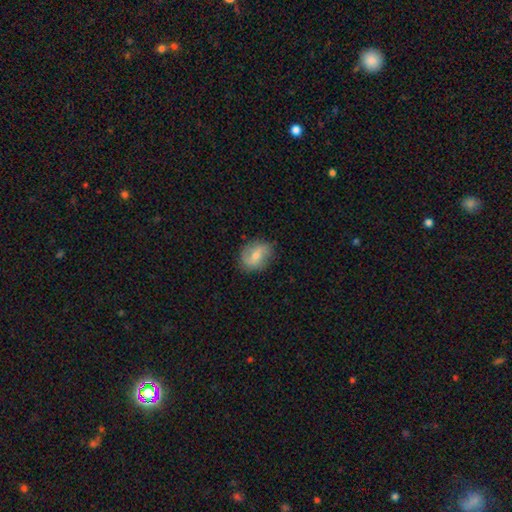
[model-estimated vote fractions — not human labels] A smooth galaxy with no disk features (50%) that is in between round and cigar-shaped (53%). Merging: none (76%).